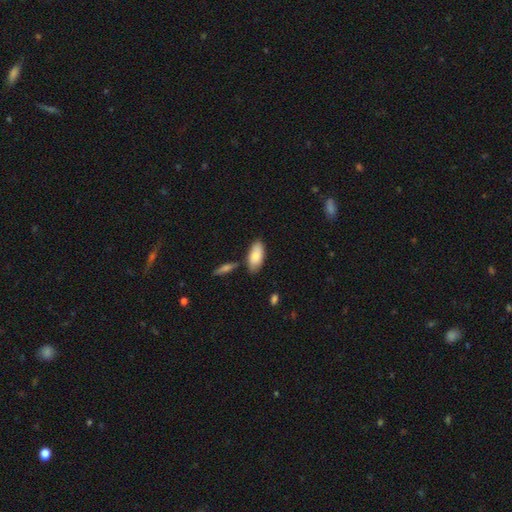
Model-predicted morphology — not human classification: Q: Smooth or featured?
A: smooth (82%); runner-up: featured or disk (12%)
Q: How rounded?
A: in between (88%); runner-up: cigar-shaped (10%)
Q: Merging?
A: none (74%); runner-up: minor disturbance (15%)